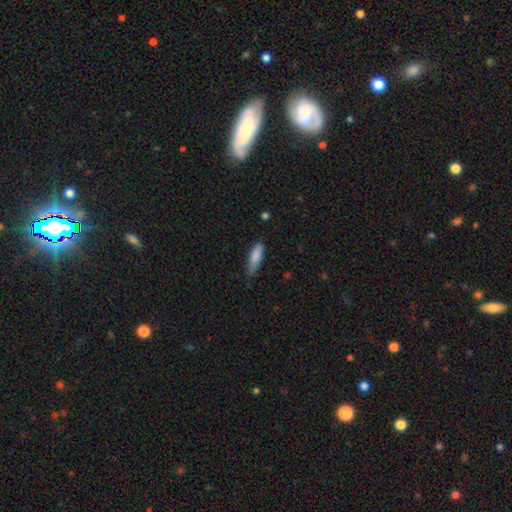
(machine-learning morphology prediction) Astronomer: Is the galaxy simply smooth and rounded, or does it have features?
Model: smooth — 85%.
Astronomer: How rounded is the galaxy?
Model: cigar-shaped — 58% (runner-up: in between, 40%).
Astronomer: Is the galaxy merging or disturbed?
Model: none — 67%.